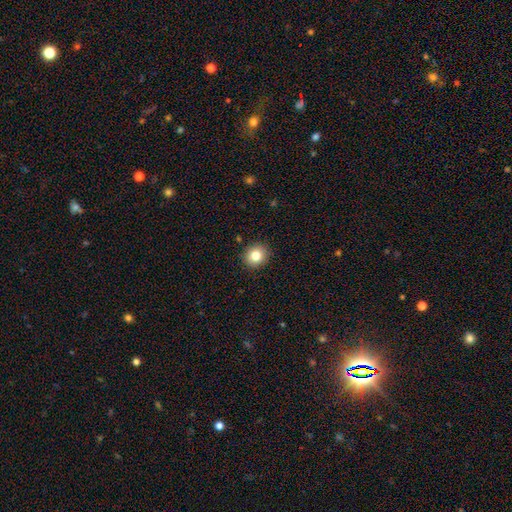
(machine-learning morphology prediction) Smooth or featured: smooth — 81% (star or artifact — 11%)
How rounded: round — 80% (in between — 19%)
Merging: none — 91% (minor disturbance — 7%)